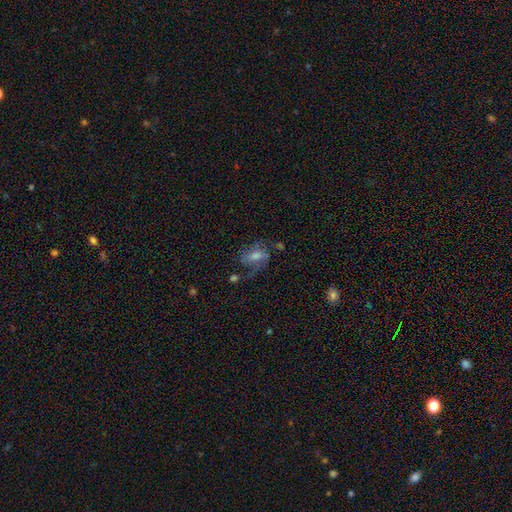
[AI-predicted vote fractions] This is likely a featured or disk galaxy (63%). It is clearly not viewed edge-on (95%). Bar: possibly weak (45%). Spiral arm pattern: clearly yes (84%). Spiral arm count: likely 2 (65%). Spiral winding: marginally medium (44%). Central bulge: possibly moderate (55%). Merging: possibly none (49%).